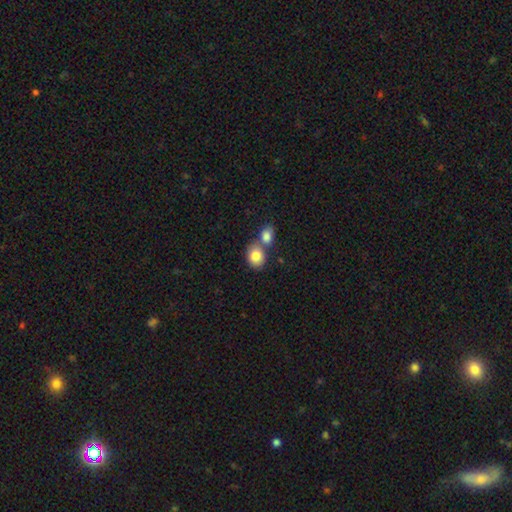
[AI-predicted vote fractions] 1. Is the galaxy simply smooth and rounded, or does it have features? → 83% smooth, 9% featured or disk, 8% star or artifact.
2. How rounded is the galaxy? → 52% round, 47% in between, 1% cigar-shaped.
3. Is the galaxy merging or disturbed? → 48% merger, 41% none, 8% minor disturbance, 3% major disturbance.